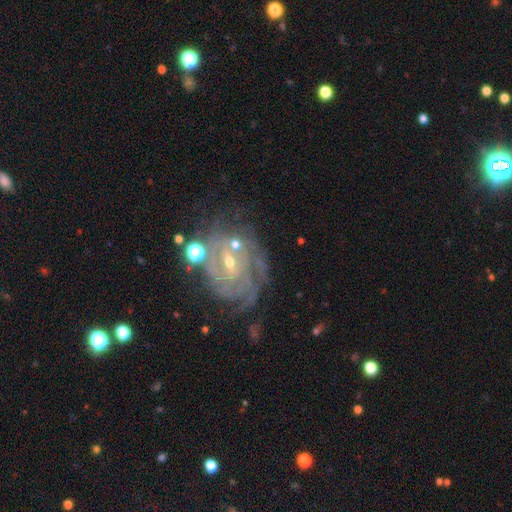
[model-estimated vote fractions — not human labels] This is likely a featured or disk galaxy (73%). It is clearly not viewed edge-on (97%). Bar: possibly no (57%). Spiral arm pattern: clearly yes (90%). Spiral arm count: marginally can't tell (36%). Spiral winding: likely tight (69%). Central bulge: likely small (76%). Merging: likely none (66%).